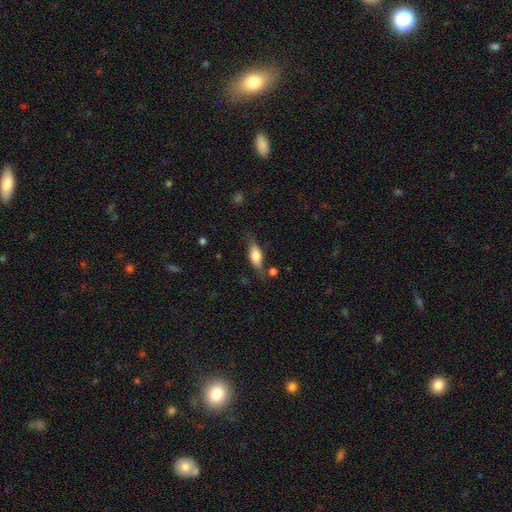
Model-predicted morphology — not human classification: smooth-or-featured: smooth: 67% | featured or disk: 26% | star or artifact: 7%
  how-rounded: in between: 75% | cigar-shaped: 22% | round: 4%
  merging: none: 64% | minor disturbance: 23% | major disturbance: 8% | merger: 5%